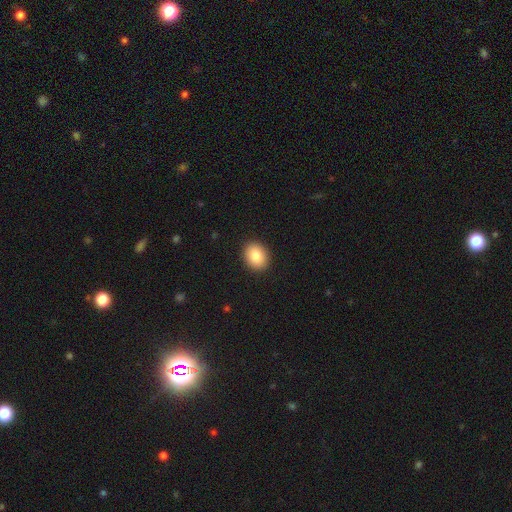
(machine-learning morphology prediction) smooth-or-featured: smooth: 86% | star or artifact: 8% | featured or disk: 6%
  how-rounded: in between: 53% | round: 46% | cigar-shaped: 1%
  merging: none: 91% | minor disturbance: 6% | major disturbance: 2% | merger: 1%